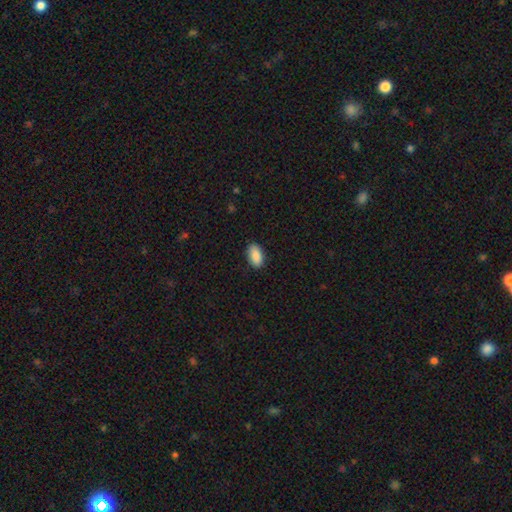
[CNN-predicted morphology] Overall: smooth (90%). How rounded: in between (94%). Merging: none (88%).